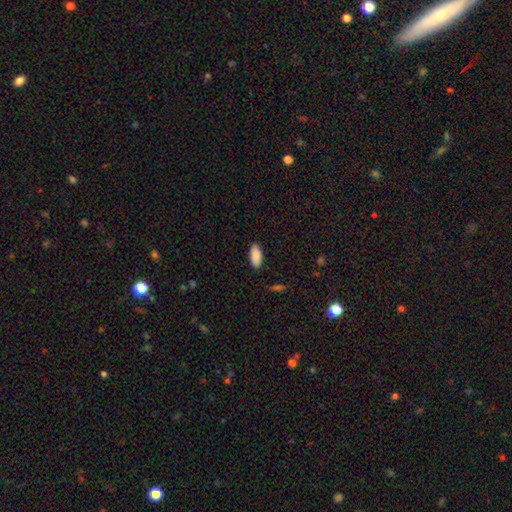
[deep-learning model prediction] This is clearly a smooth galaxy (88%). How rounded: clearly in between (89%). Merging: clearly none (87%).